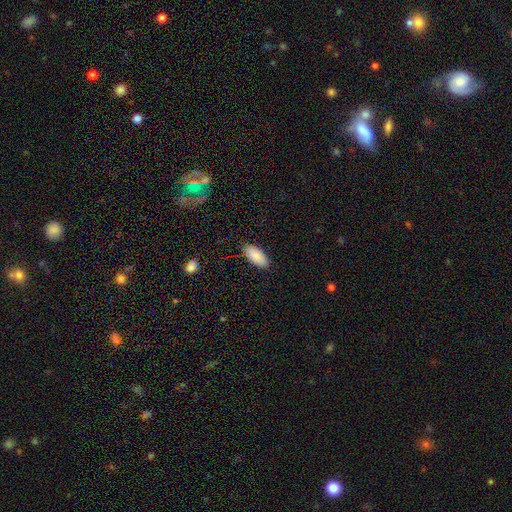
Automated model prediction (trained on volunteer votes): Overall: smooth (87%). How rounded: in between (91%). Merging: none (87%).